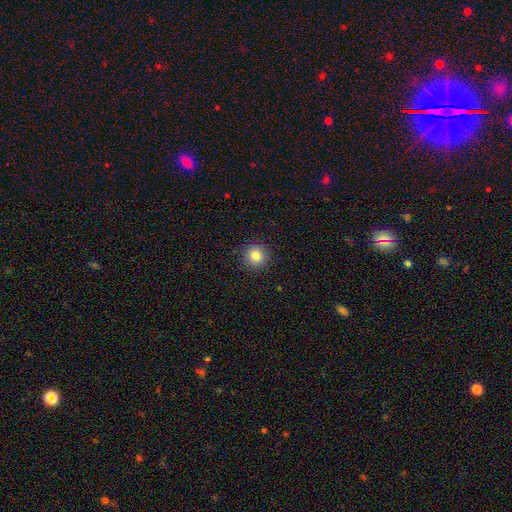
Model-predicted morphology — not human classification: Smooth or featured?
  - smooth: 83% *
  - star or artifact: 11%
  - featured or disk: 6%
How rounded?
  - round: 94% *
  - in between: 5%
  - cigar-shaped: 1%
Merging?
  - none: 92% *
  - minor disturbance: 5%
  - major disturbance: 2%
  - merger: 1%